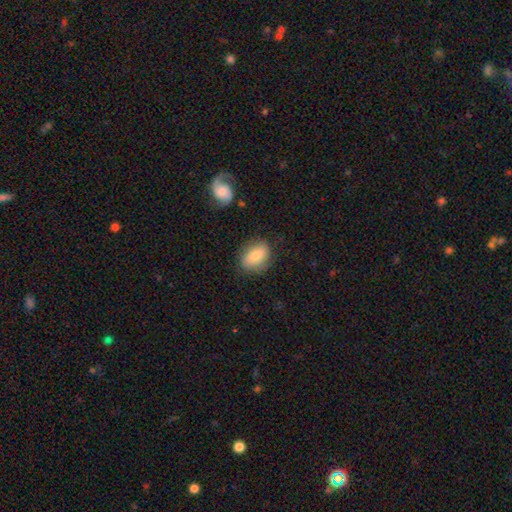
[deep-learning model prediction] smooth-or-featured: smooth: 76% | featured or disk: 17% | star or artifact: 7%
  how-rounded: in between: 76% | round: 22% | cigar-shaped: 2%
  merging: none: 80% | minor disturbance: 14% | major disturbance: 4% | merger: 2%